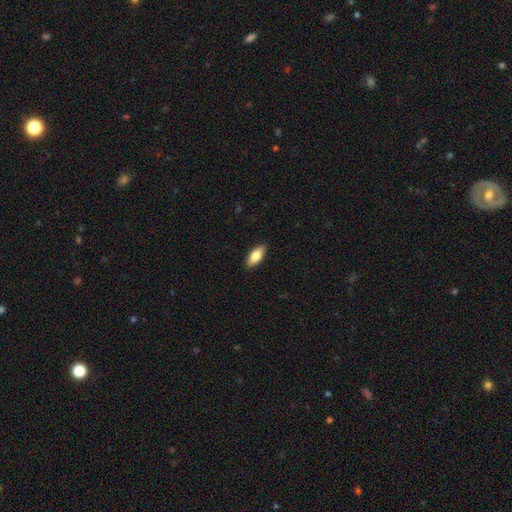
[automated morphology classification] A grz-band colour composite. It shows a smooth galaxy with no disk features (78%) that is in between round and cigar-shaped (84%). Merging: none (90%).